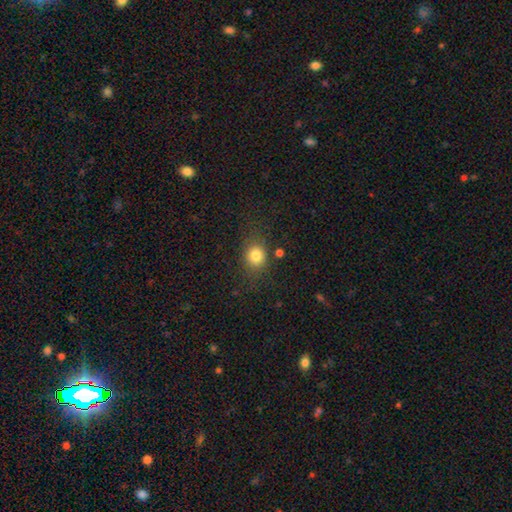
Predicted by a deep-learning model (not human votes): Smooth or featured? Predicted: smooth (p=0.80). How rounded? Predicted: round (p=0.68). Merging? Predicted: none (p=0.75).